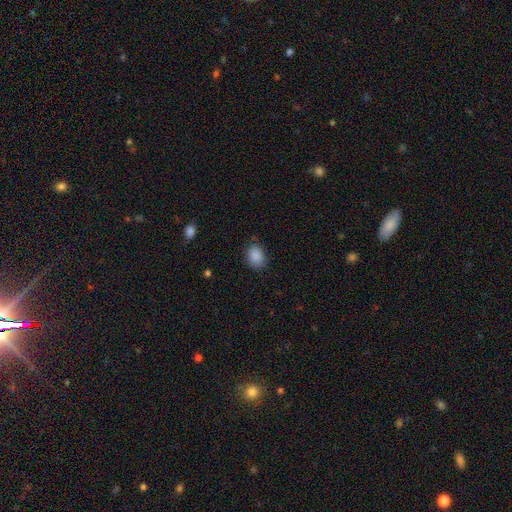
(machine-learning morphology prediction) Smooth or featured? smooth (88%)
How rounded? in between (66%)
Merging? none (78%)